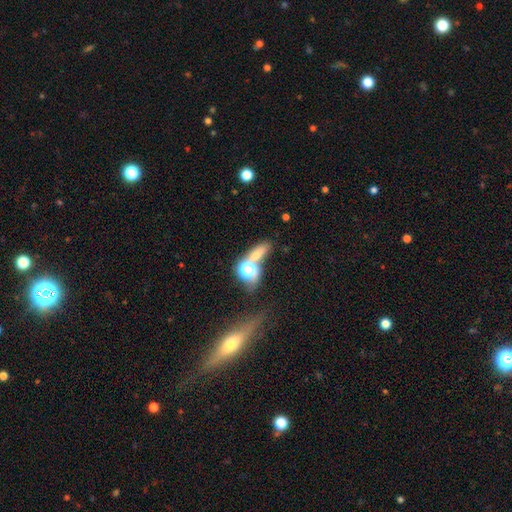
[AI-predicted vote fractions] Smooth or featured: featured or disk — 43% (smooth — 32%)
Merging: none — 65% (merger — 18%)